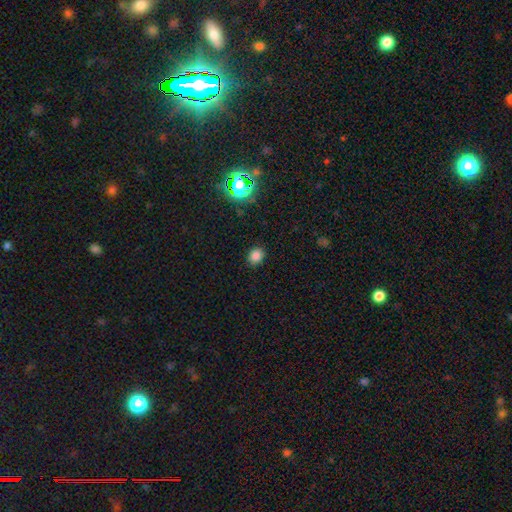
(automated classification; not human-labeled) The model was most divided on "how rounded": round: 57%, in between: 42%, cigar-shaped: 1%. More confident: merging — none (87%); smooth or featured — smooth (79%).